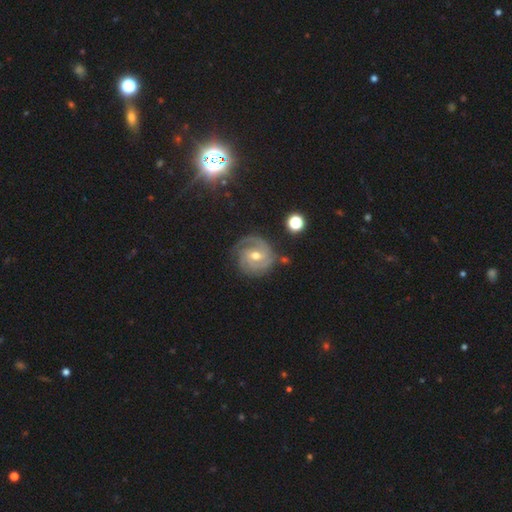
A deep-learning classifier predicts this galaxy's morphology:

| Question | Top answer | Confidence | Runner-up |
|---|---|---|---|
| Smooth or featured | featured or disk | 86% | smooth (8%) |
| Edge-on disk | no | 98% | yes (2%) |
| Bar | no | 47% | weak (42%) |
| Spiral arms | yes | 97% | no (3%) |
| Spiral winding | tight | 69% | medium (26%) |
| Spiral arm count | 3 | 38% | 2 (25%) |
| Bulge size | moderate | 68% | small (28%) |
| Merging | none | 74% | minor disturbance (17%) |